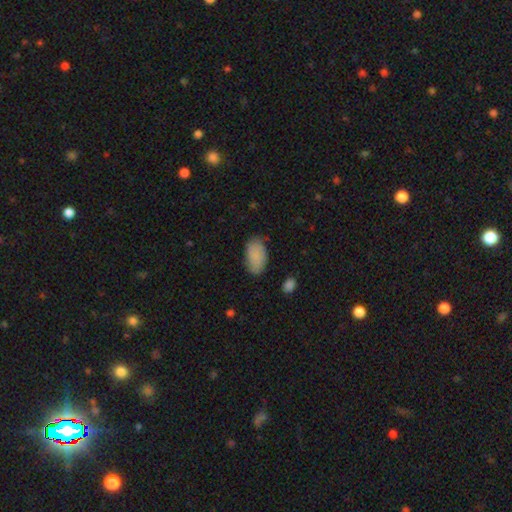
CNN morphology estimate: smooth_or_featured: smooth (p=0.86) [alt: featured or disk p=0.07]
how_rounded: in between (p=0.94) [alt: round p=0.04]
merging: none (p=0.78) [alt: minor disturbance p=0.16]